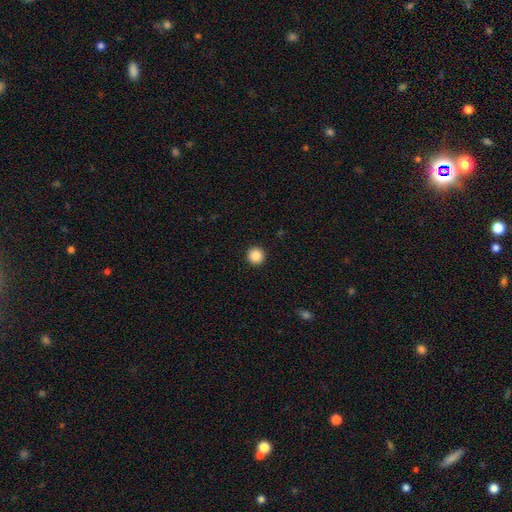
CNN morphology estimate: smooth 87%, star or artifact 10%, featured or disk 3%. Down the decision tree: how rounded — round (96%); merging — none (94%).